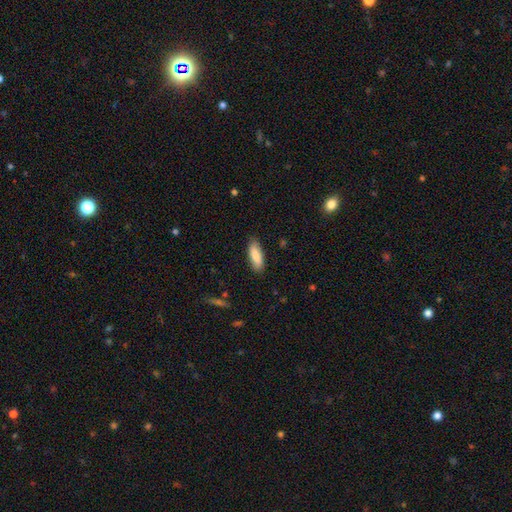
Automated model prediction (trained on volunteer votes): Smooth or featured? Predicted: smooth (p=0.83). How rounded? Predicted: in between (p=0.65). Merging? Predicted: none (p=0.86).